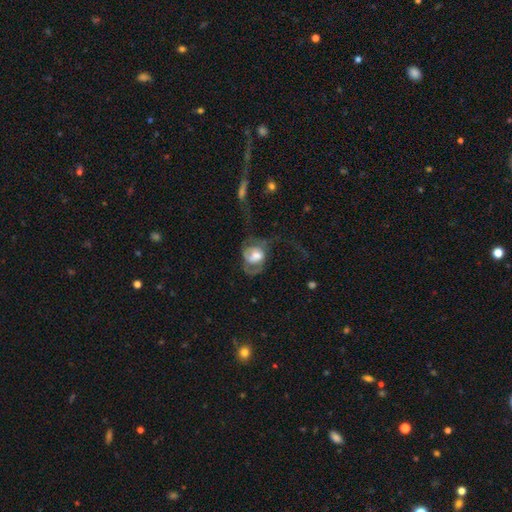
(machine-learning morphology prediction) A featured or disk galaxy (54%) with no bar (66%), spiral arms (59%) and a moderate central bulge (41%). Merging: major disturbance (59%).